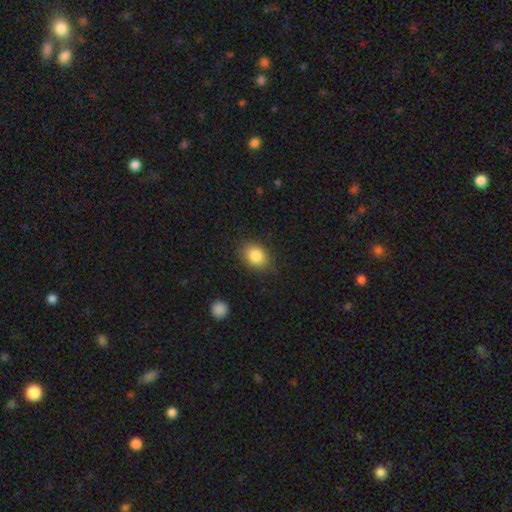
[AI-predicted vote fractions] Smooth or featured?
  - smooth: 84% *
  - star or artifact: 8%
  - featured or disk: 8%
How rounded?
  - in between: 66% *
  - round: 33%
  - cigar-shaped: 1%
Merging?
  - none: 80% *
  - minor disturbance: 15%
  - major disturbance: 4%
  - merger: 1%